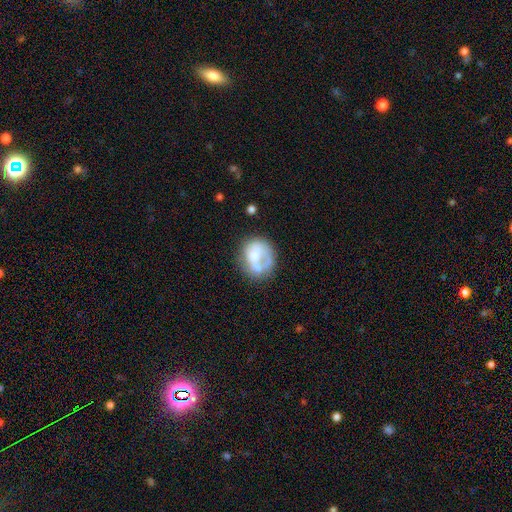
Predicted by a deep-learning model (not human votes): The model was most divided on "smooth or featured": smooth: 52%, featured or disk: 39%, star or artifact: 9%. Remaining: how rounded — round (63%); merging — none (42%).